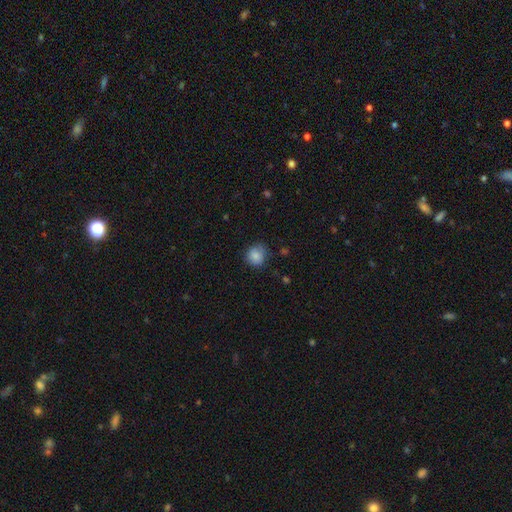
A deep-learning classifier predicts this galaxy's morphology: This is clearly a smooth galaxy (84%). How rounded: clearly round (82%). Merging: likely none (73%).